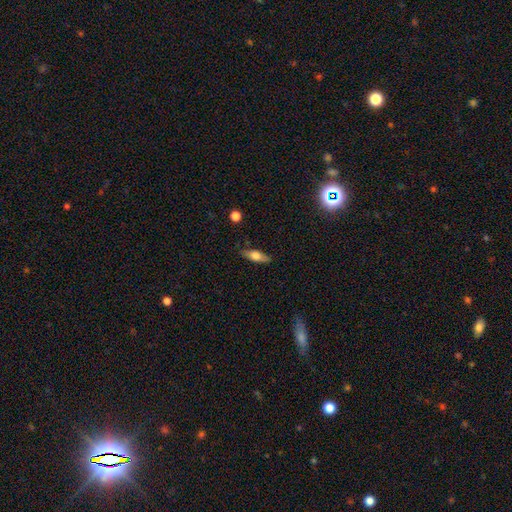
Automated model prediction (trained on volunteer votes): smooth 62%, featured or disk 30%, star or artifact 8%. Down the decision tree: how rounded — in between (57%); merging — none (82%).